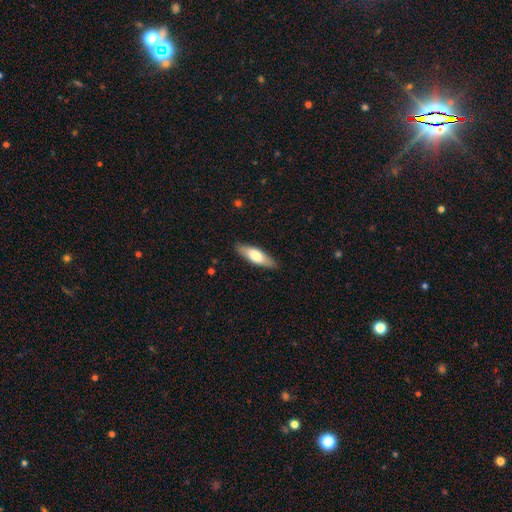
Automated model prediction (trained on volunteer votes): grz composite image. It shows a smooth galaxy with no disk features (65%) that is in between round and cigar-shaped (49%, tied with cigar-shaped). Merging: none (87%).